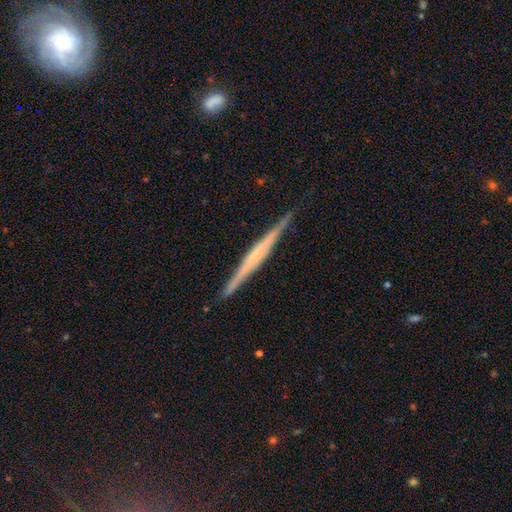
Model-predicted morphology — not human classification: featured or disk 77%, smooth 18%, star or artifact 6%. Down the decision tree: edge-on disk — yes (98%); edge-on bulge — rounded (46%); merging — none (90%).